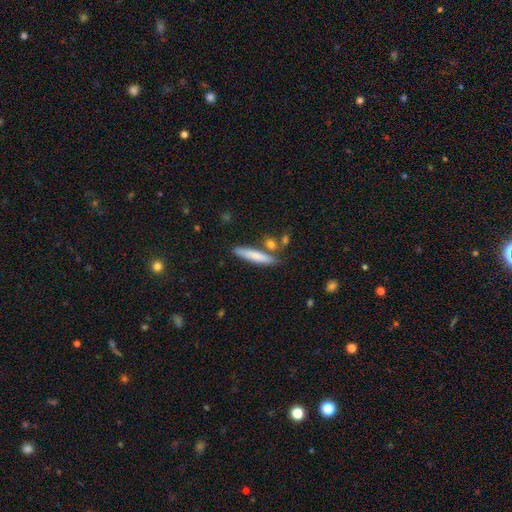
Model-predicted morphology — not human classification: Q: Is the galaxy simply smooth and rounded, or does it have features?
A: smooth — 75%.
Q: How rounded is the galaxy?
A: cigar-shaped — 88%.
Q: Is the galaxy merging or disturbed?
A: none — 77%.